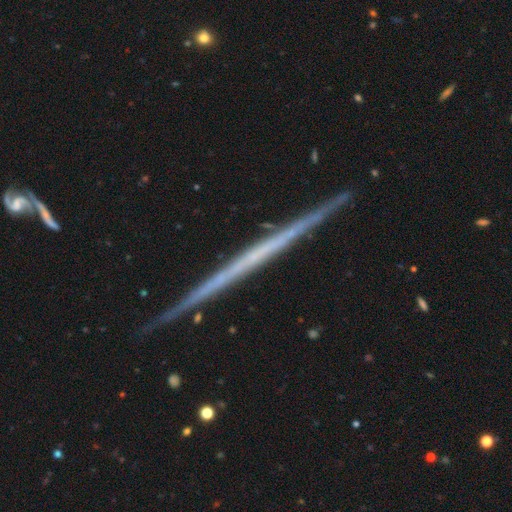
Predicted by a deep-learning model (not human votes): A featured or disk galaxy (73%) viewed edge-on (98%) with no central bulge (93%).

Vote fractions:
- Smooth or featured? featured or disk: 73% / smooth: 20% / star or artifact: 7%
- Edge-on disk? yes: 98% / no: 2%
- Edge-on bulge? none: 93% / rounded: 4% / boxy: 3%
- Merging? none: 90% / minor disturbance: 7% / major disturbance: 1% / merger: 1%